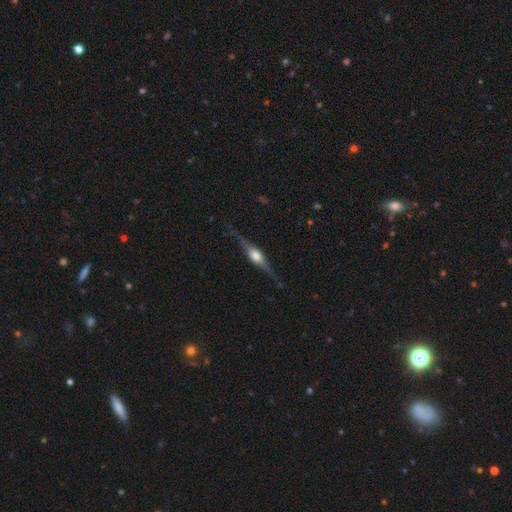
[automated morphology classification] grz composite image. It shows a featured or disk galaxy (78%) viewed edge-on (97%) with a rounded central bulge (90%). Merging: none (82%).